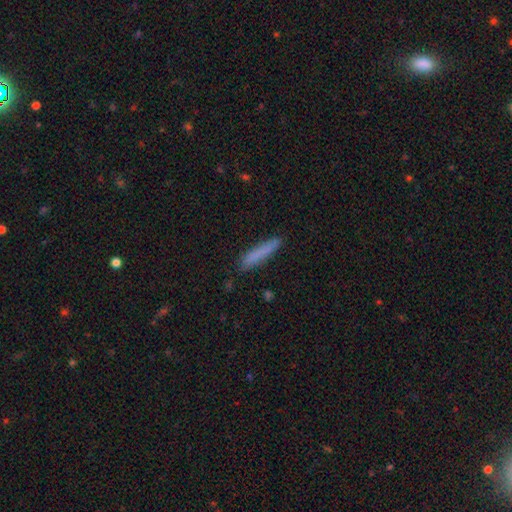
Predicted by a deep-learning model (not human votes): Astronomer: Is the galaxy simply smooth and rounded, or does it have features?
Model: smooth — 80%.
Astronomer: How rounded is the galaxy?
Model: cigar-shaped — 91%.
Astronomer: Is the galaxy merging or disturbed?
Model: none — 81%.